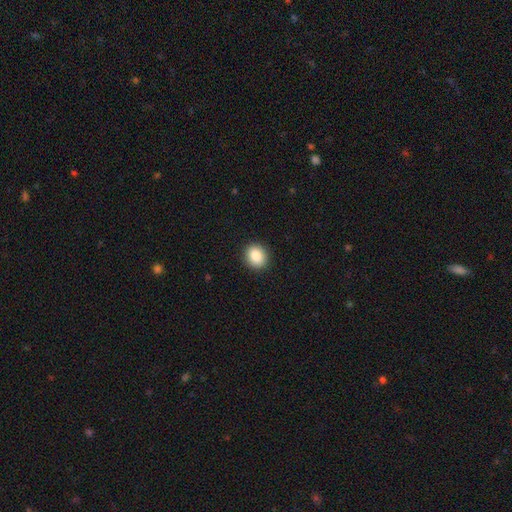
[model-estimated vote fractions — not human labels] Overall: smooth (87%). How rounded: round (72%). Merging: none (91%).